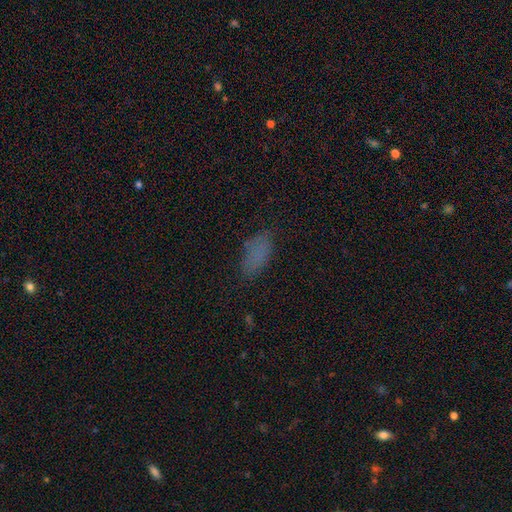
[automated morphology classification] type=smooth (77%); roundness=in between (87%); merging=none (73%).